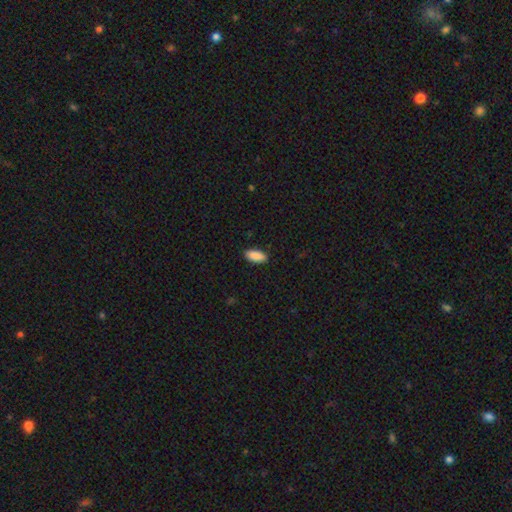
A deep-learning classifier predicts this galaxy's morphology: Smooth or featured: smooth — 90% (star or artifact — 6%)
How rounded: in between — 89% (cigar-shaped — 9%)
Merging: none — 89% (minor disturbance — 8%)